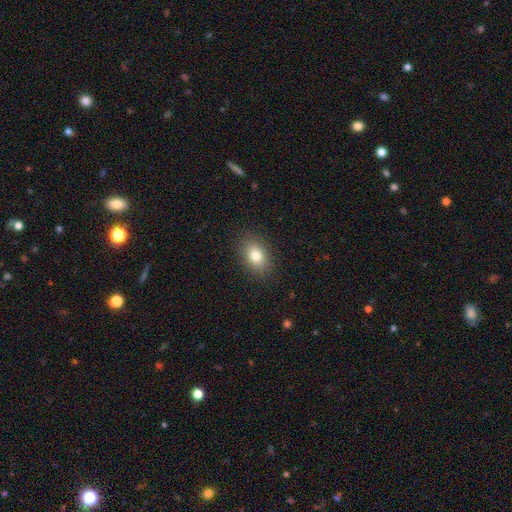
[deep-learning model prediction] Morphology: type=smooth (80%); roundness=in between (77%); merging=none (88%).